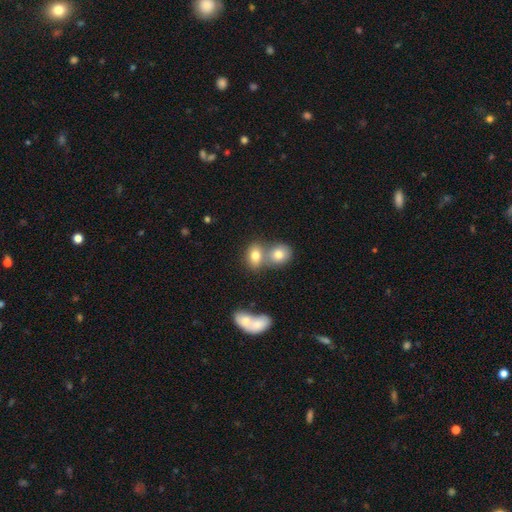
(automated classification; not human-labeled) The model was most divided on "merging": merger: 48%, none: 40%, minor disturbance: 9%, major disturbance: 4%. More confident: smooth or featured — smooth (77%); how rounded — in between (64%).